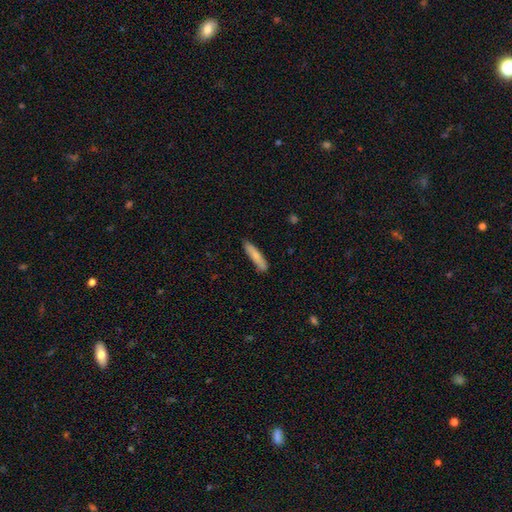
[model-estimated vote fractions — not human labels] A smooth galaxy with no disk features (77%) that is cigar-shaped (84%). Merging: none (83%).